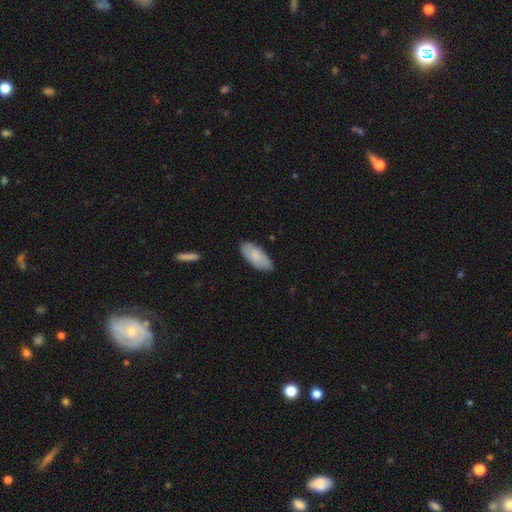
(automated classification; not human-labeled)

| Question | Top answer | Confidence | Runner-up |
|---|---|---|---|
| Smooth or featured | smooth | 80% | featured or disk (14%) |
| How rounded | in between | 91% | cigar-shaped (7%) |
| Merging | none | 82% | minor disturbance (14%) |